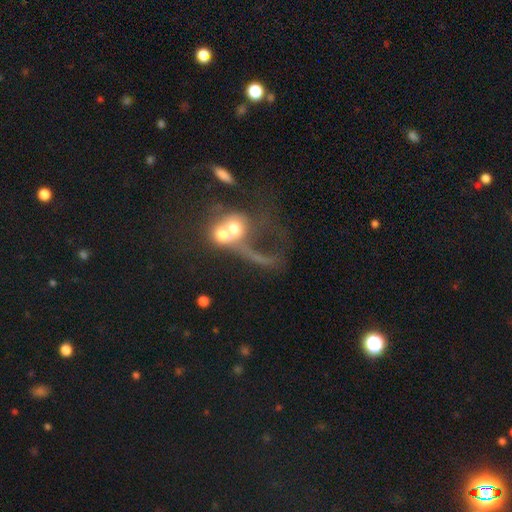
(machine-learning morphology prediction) Smooth or featured: featured or disk — 50% (smooth — 33%)
Merging: merger — 64% (major disturbance — 18%)